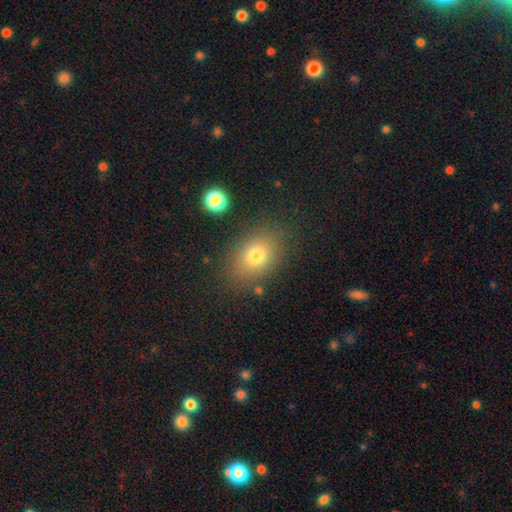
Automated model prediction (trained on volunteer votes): smooth_or_featured: smooth (p=0.76) [alt: star or artifact p=0.12]
how_rounded: in between (p=0.74) [alt: round p=0.25]
merging: none (p=0.82) [alt: minor disturbance p=0.11]